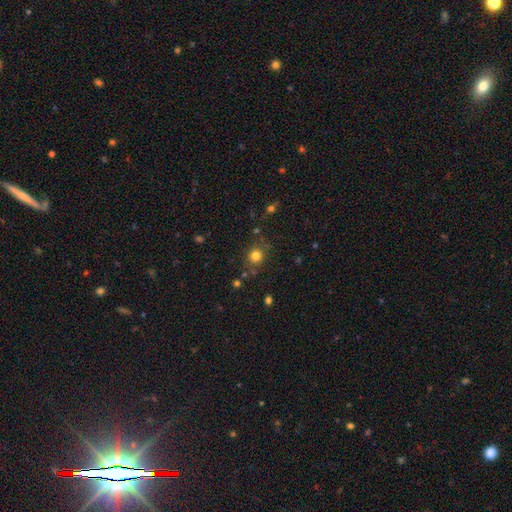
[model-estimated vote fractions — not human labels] smooth-or-featured: smooth: 79% | star or artifact: 14% | featured or disk: 7%
  how-rounded: round: 86% | in between: 13% | cigar-shaped: 1%
  merging: none: 78% | minor disturbance: 12% | merger: 5% | major disturbance: 5%